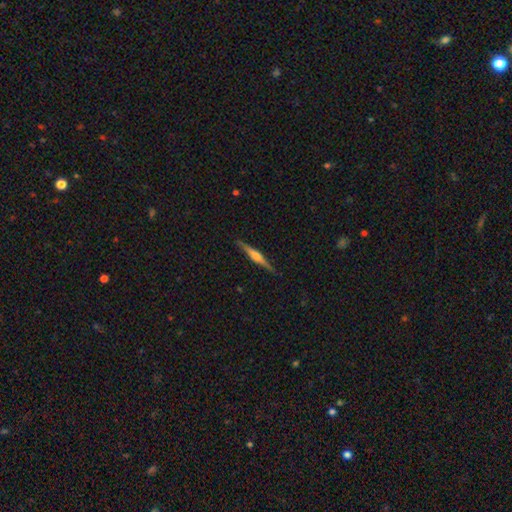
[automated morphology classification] smooth_or_featured: featured or disk (p=0.76) [alt: smooth p=0.19]
disk_edge_on: yes (p=0.98) [alt: no p=0.02]
edge_on_bulge: rounded (p=0.81) [alt: boxy p=0.13]
merging: none (p=0.90) [alt: minor disturbance p=0.08]